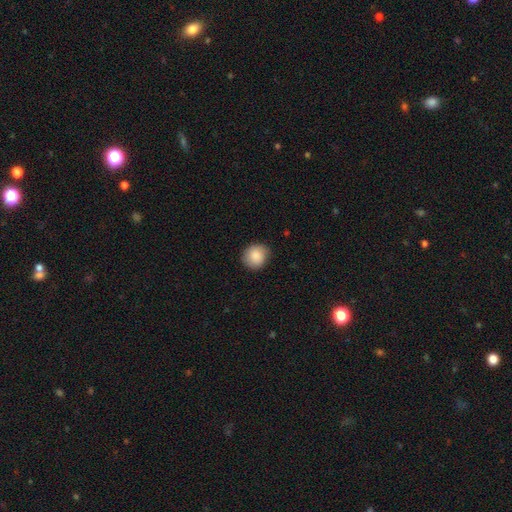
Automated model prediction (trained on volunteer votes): Q: Smooth or featured?
A: smooth (87%); runner-up: star or artifact (7%)
Q: How rounded?
A: round (82%); runner-up: in between (17%)
Q: Merging?
A: none (84%); runner-up: minor disturbance (13%)